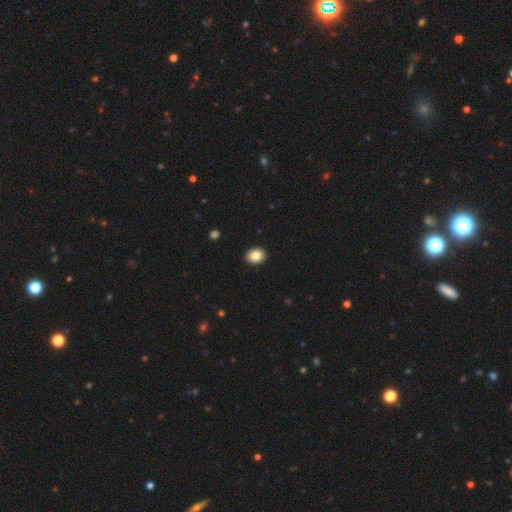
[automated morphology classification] smooth_or_featured: smooth (p=0.86) [alt: star or artifact p=0.09]
how_rounded: round (p=0.52) [alt: in between p=0.47]
merging: none (p=0.92) [alt: minor disturbance p=0.06]